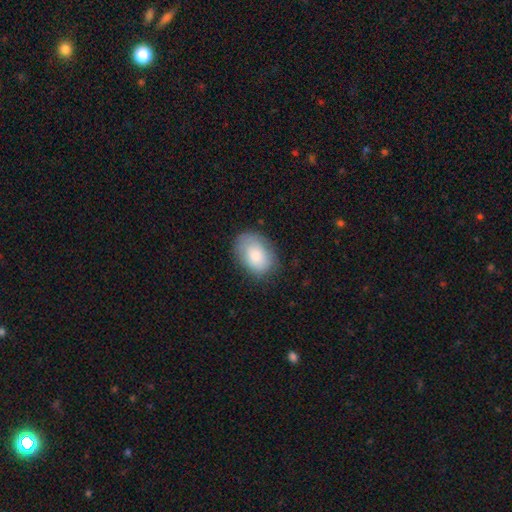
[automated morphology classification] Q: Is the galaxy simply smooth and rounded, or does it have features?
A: smooth — 79%.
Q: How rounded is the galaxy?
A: in between — 80%.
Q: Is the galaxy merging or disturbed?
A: none — 76%.